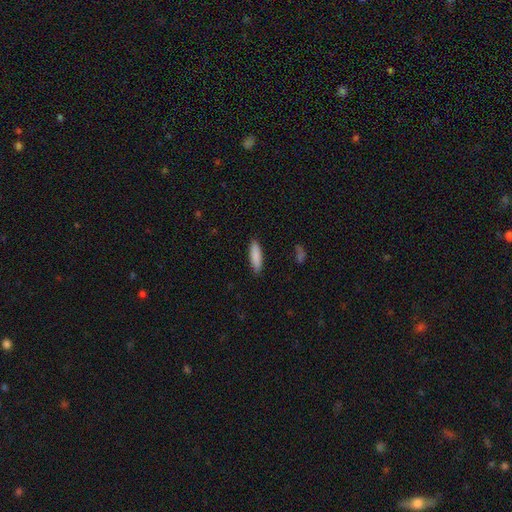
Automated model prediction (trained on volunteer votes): Morphology: type=smooth (87%); roundness=cigar-shaped (63%); merging=none (88%).